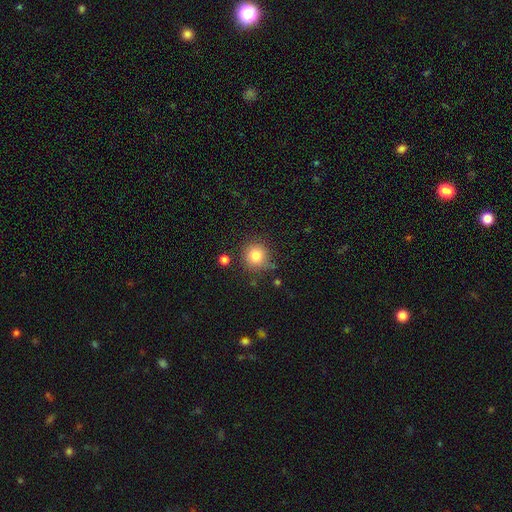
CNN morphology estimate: A smooth galaxy with no disk features (80%) that is round (93%).

Vote fractions:
- Smooth or featured? smooth: 80% / star or artifact: 12% / featured or disk: 8%
- How rounded? round: 93% / in between: 6% / cigar-shaped: 1%
- Merging? none: 80% / minor disturbance: 12% / merger: 4% / major disturbance: 4%